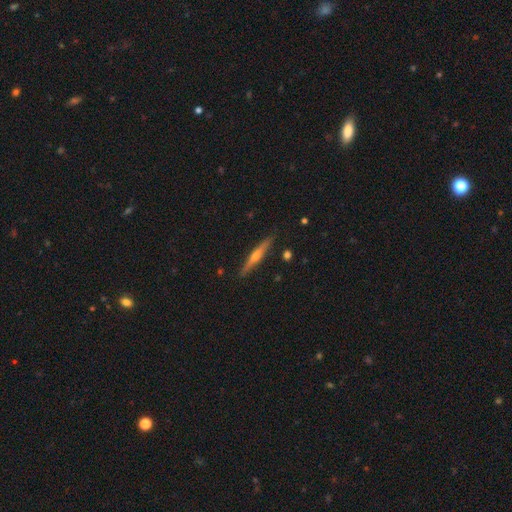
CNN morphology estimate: smooth-or-featured: featured or disk: 72% | smooth: 23% | star or artifact: 6%
  disk-edge-on: yes: 98% | no: 2%
    edge-on-bulge: rounded: 87% | none: 9% | boxy: 4%
  merging: none: 90% | minor disturbance: 7% | major disturbance: 1% | merger: 1%